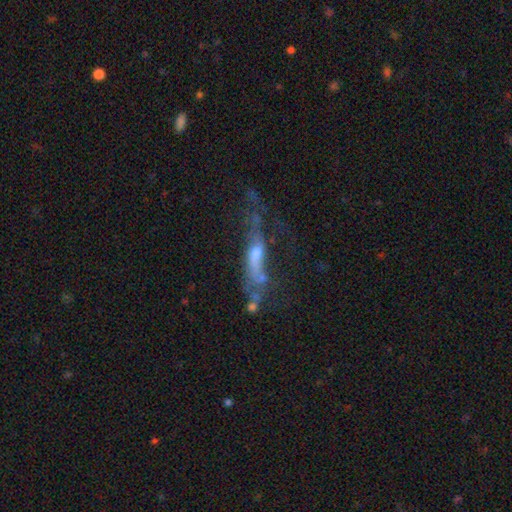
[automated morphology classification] smooth-or-featured: featured or disk: 65% | smooth: 20% | star or artifact: 14%
  disk-edge-on: yes: 60% | no: 40%
  merging: none: 46% | major disturbance: 23% | minor disturbance: 22% | merger: 9%